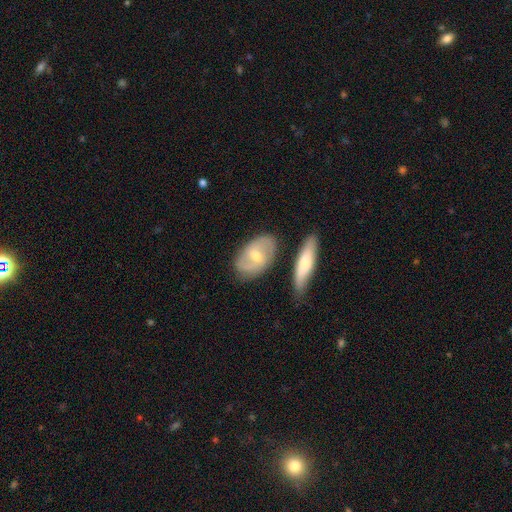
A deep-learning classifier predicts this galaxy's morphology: Smooth or featured?
  - featured or disk: 61% *
  - smooth: 33%
  - star or artifact: 6%
Edge-on disk?
  - no: 91% *
  - yes: 9%
Bar?
  - weak: 50% *
  - no: 35%
  - strong: 15%
Spiral arms?
  - yes: 79% *
  - no: 21%
Bulge size?
  - moderate: 57% *
  - small: 39%
  - large: 2%
  - none: 2%
  - dominant: 1%
Merging?
  - none: 76% *
  - minor disturbance: 14%
  - merger: 7%
  - major disturbance: 3%